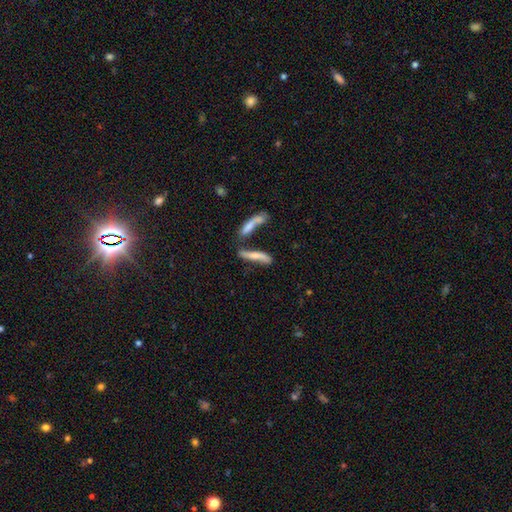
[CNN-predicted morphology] Smooth or featured? smooth (54%)
How rounded? cigar-shaped (82%)
Merging? none (40%)